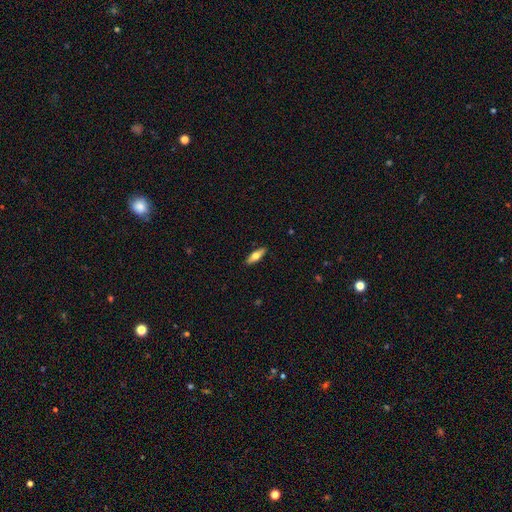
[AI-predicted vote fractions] smooth-or-featured: smooth: 58% | featured or disk: 36% | star or artifact: 6%
  how-rounded: in between: 56% | cigar-shaped: 42% | round: 3%
  merging: none: 89% | minor disturbance: 8% | major disturbance: 2% | merger: 1%